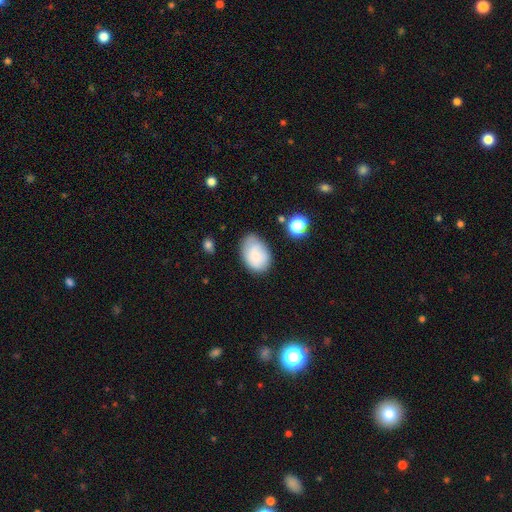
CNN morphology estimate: Overall: smooth (77%). How rounded: in between (85%). Merging: none (60%; minor disturbance 28%).